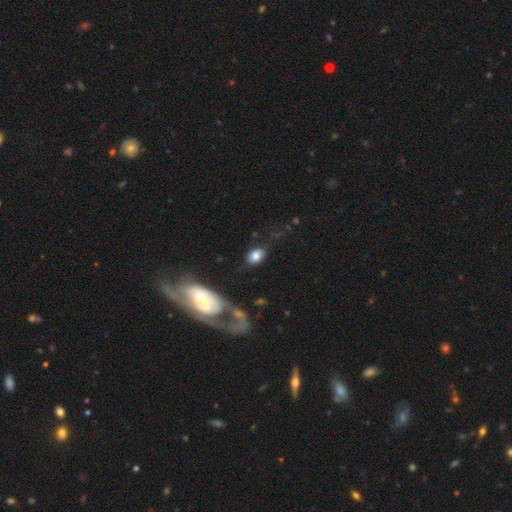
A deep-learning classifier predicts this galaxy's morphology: smooth_or_featured: smooth (p=0.77) [alt: featured or disk p=0.14]
how_rounded: in between (p=0.84) [alt: round p=0.13]
merging: none (p=0.65) [alt: minor disturbance p=0.20]